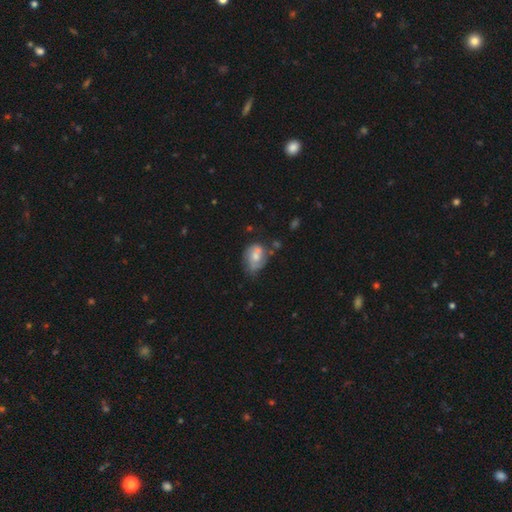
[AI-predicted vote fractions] smooth 50%, featured or disk 41%, star or artifact 8%. Down the decision tree: how rounded — in between (68%); merging — none (41%).